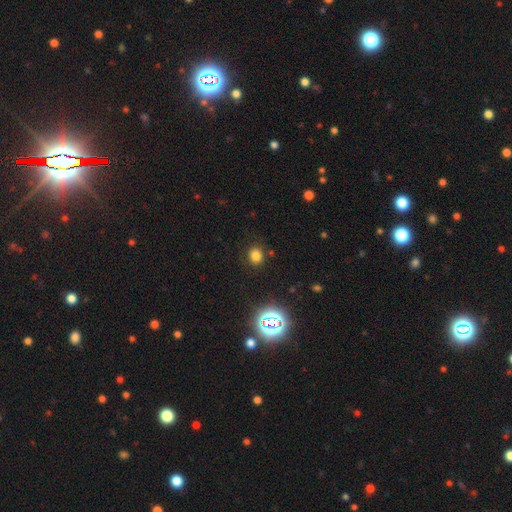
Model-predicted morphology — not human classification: The model was most divided on "how rounded": round: 77%, in between: 22%, cigar-shaped: 1%. More confident: merging — none (86%); smooth or featured — smooth (76%).